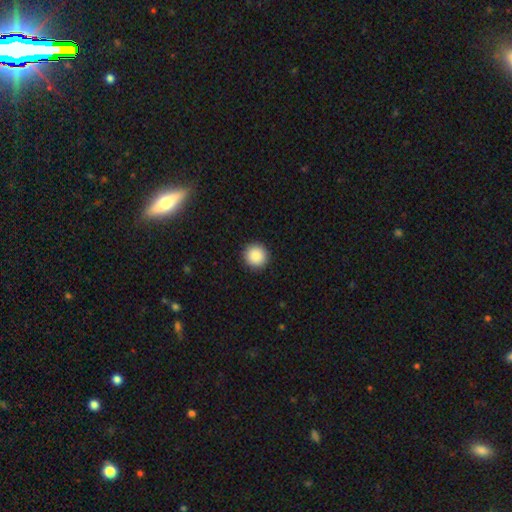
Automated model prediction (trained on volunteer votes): Q: Smooth or featured?
A: smooth (89%); runner-up: star or artifact (8%)
Q: How rounded?
A: round (95%); runner-up: in between (4%)
Q: Merging?
A: none (93%); runner-up: minor disturbance (4%)